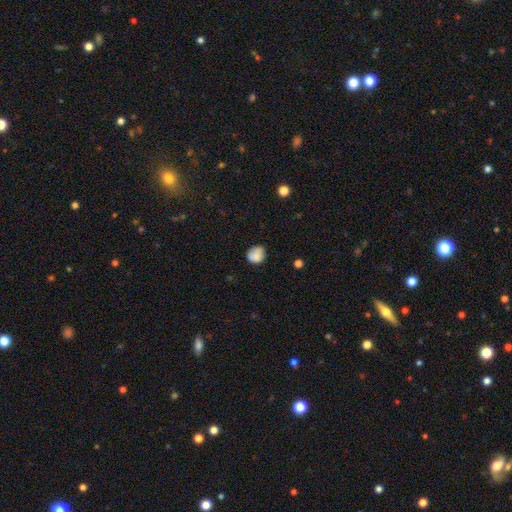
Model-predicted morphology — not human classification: smooth 82%, featured or disk 9%, star or artifact 9%. Down the decision tree: how rounded — round (71%); merging — none (67%).